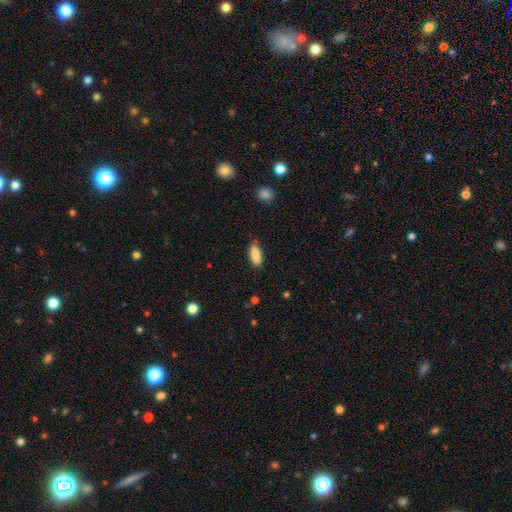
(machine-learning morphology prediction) A smooth galaxy with no disk features (89%) that is in between round and cigar-shaped (76%). Merging: none (84%).